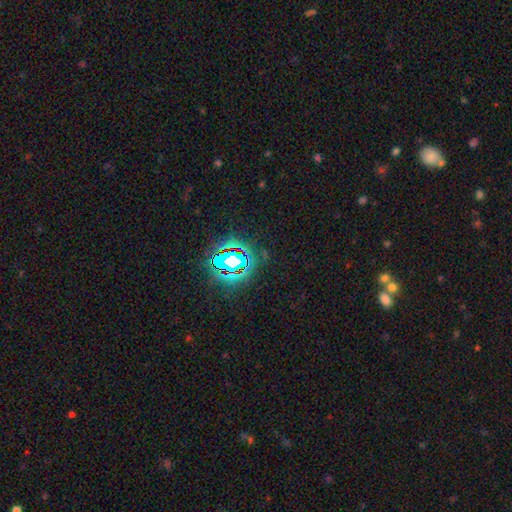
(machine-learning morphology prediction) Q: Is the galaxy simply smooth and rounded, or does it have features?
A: star or artifact — 79%.